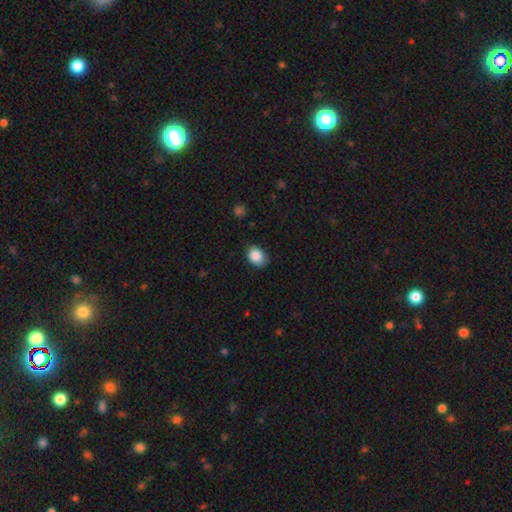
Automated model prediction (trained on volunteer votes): Overall: smooth (87%). How rounded: in between (68%; round 31%). Merging: none (76%).